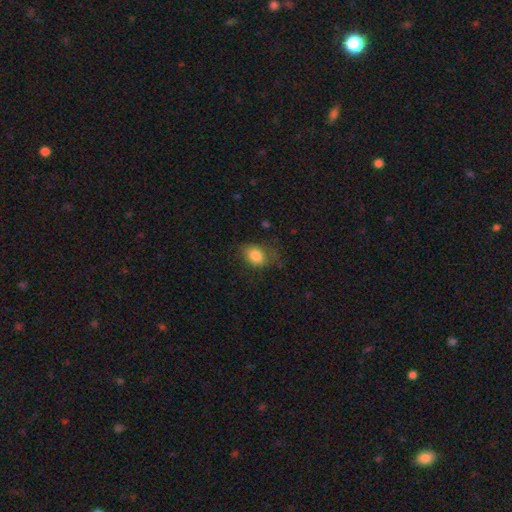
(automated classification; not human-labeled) smooth_or_featured: smooth (p=0.82) [alt: star or artifact p=0.09]
how_rounded: in between (p=0.72) [alt: round p=0.27]
merging: none (p=0.55) [alt: minor disturbance p=0.29]